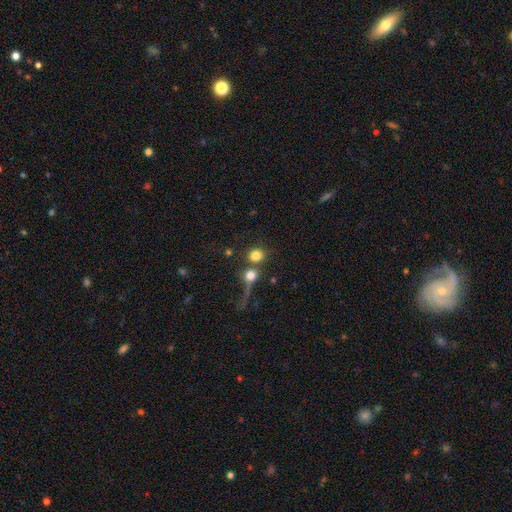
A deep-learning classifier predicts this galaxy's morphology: Smooth or featured? Predicted: smooth (p=0.79). How rounded? Predicted: round (p=0.86). Merging? Predicted: none (p=0.54).